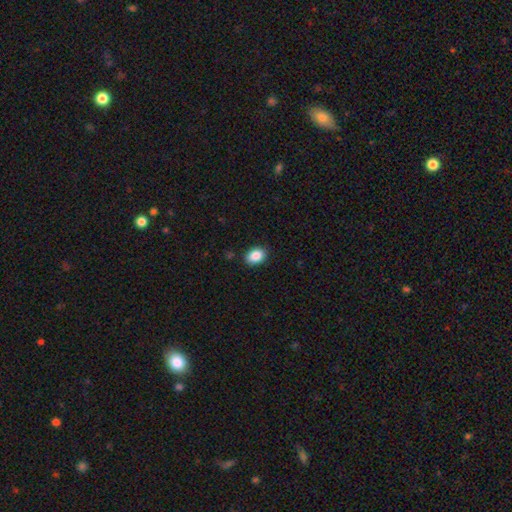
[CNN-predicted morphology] smooth 87%, star or artifact 8%, featured or disk 4%. Down the decision tree: how rounded — in between (75%); merging — none (88%).